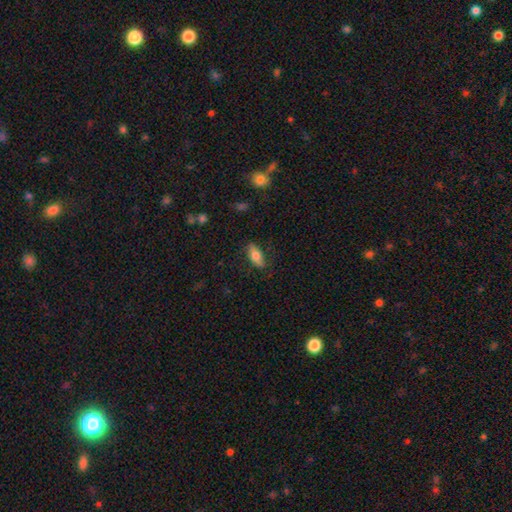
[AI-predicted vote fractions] A smooth galaxy with no disk features (74%) that is in between round and cigar-shaped (82%).

Vote fractions:
- Smooth or featured? smooth: 74% / featured or disk: 20% / star or artifact: 7%
- How rounded? in between: 82% / cigar-shaped: 15% / round: 3%
- Merging? none: 79% / minor disturbance: 16% / major disturbance: 4% / merger: 1%